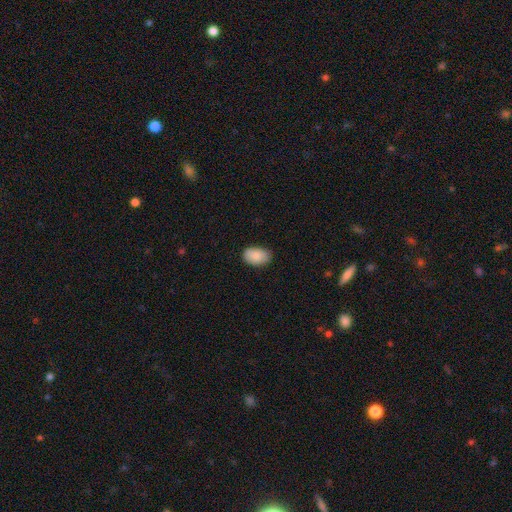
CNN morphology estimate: Smooth or featured?
  - smooth: 87% *
  - star or artifact: 7%
  - featured or disk: 6%
How rounded?
  - in between: 90% *
  - round: 9%
  - cigar-shaped: 1%
Merging?
  - none: 80% *
  - minor disturbance: 16%
  - major disturbance: 3%
  - merger: 1%